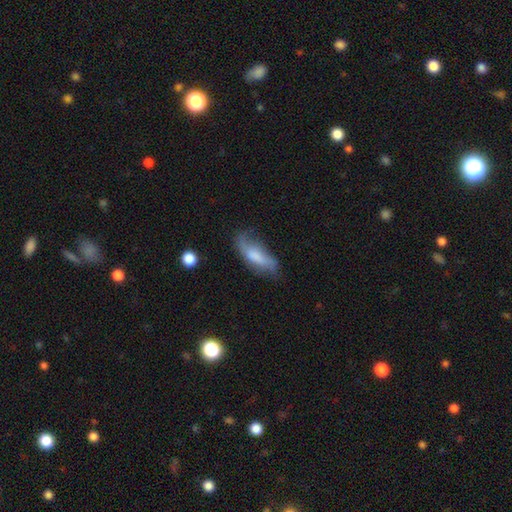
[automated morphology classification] This appears to be a smooth galaxy with no disk features (59%) that is in between round and cigar-shaped (66%). Merging: none (47%).